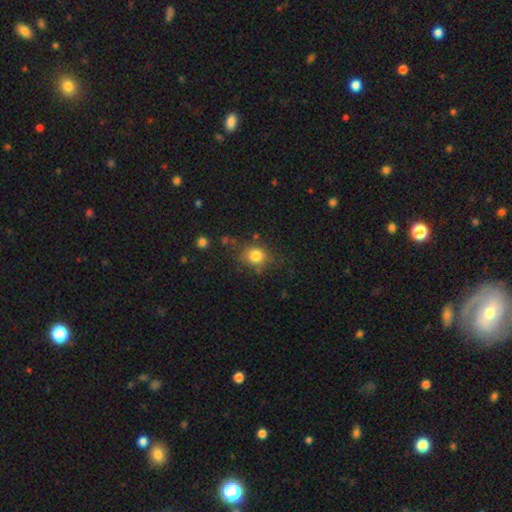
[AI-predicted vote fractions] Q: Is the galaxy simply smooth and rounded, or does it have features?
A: smooth — 81%.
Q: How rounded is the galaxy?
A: round — 67%.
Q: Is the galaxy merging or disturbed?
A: none — 73%.